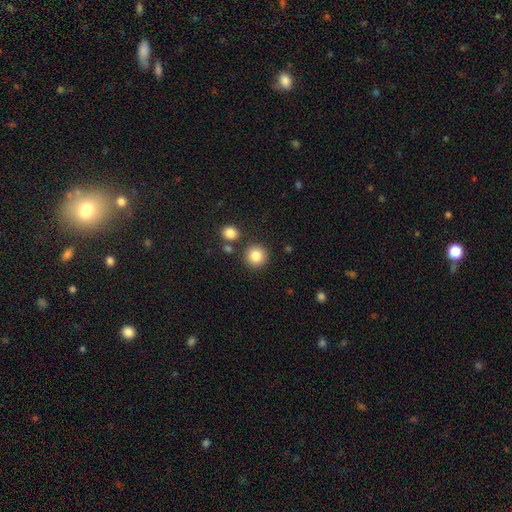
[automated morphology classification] Smooth or featured? Predicted: smooth (p=0.84). How rounded? Predicted: round (p=0.93). Merging? Predicted: none (p=0.85).